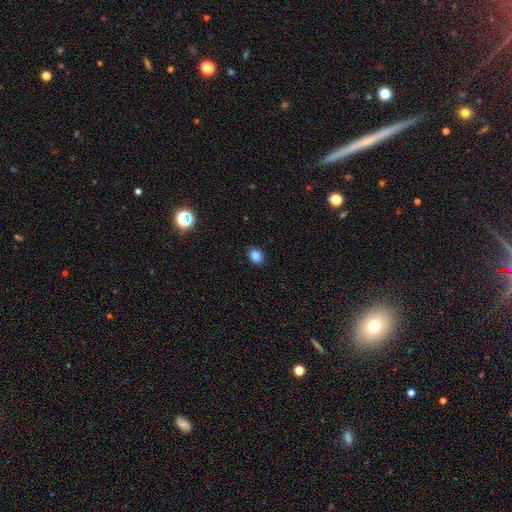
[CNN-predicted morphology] A smooth galaxy with no disk features (84%) that is round (53%).

Vote fractions:
- Smooth or featured? smooth: 84% / star or artifact: 12% / featured or disk: 4%
- How rounded? round: 53% / in between: 46% / cigar-shaped: 1%
- Merging? none: 90% / minor disturbance: 7% / major disturbance: 2% / merger: 1%